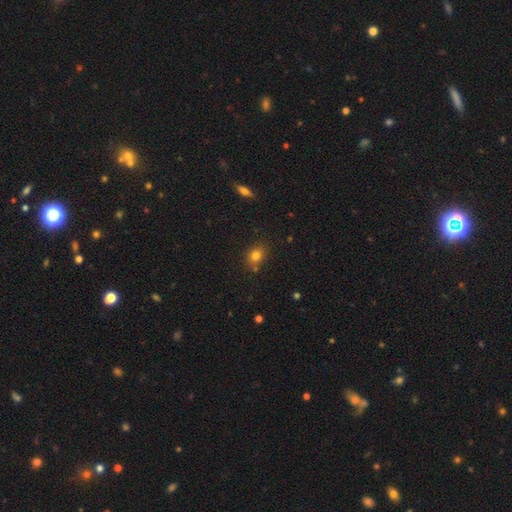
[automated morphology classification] type=smooth (78%); roundness=round (60%); merging=none (76%).